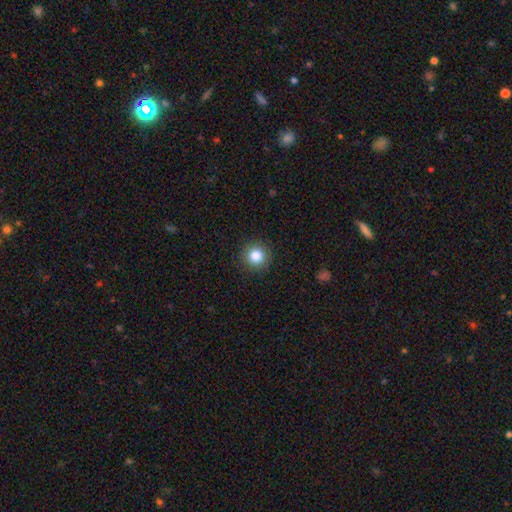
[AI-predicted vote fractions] Smooth or featured: smooth — 85% (star or artifact — 10%)
How rounded: round — 94% (in between — 5%)
Merging: none — 91% (minor disturbance — 6%)